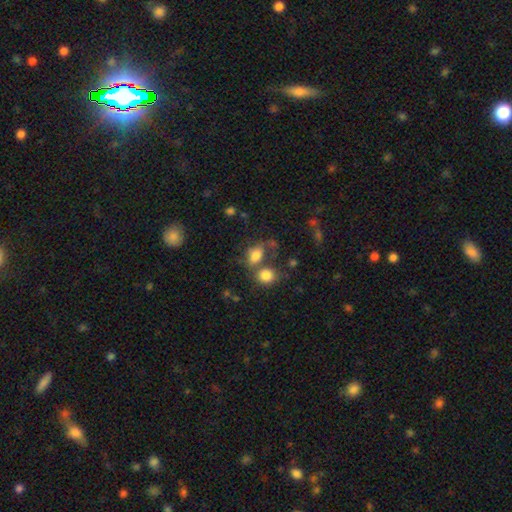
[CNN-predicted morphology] A smooth galaxy with no disk features (76%) that is in between round and cigar-shaped (75%). Merging: merger (37%, tied with none).